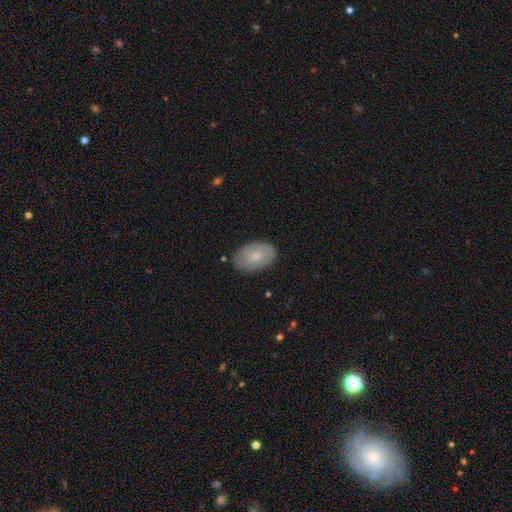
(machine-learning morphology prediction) A smooth galaxy with no disk features (74%) that is in between round and cigar-shaped (91%). Merging: none (82%).